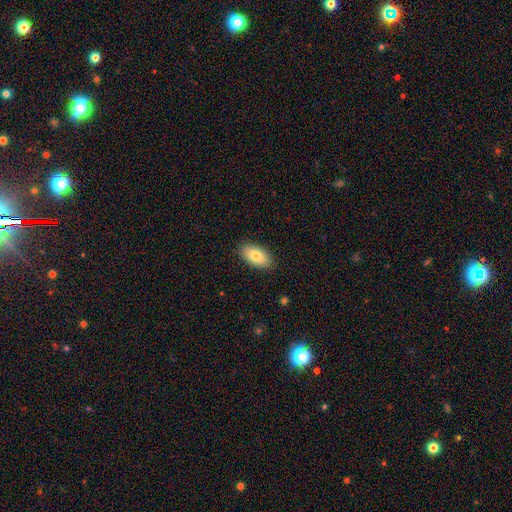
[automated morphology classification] Smooth or featured? Predicted: smooth (p=0.81). How rounded? Predicted: in between (p=0.92). Merging? Predicted: none (p=0.89).